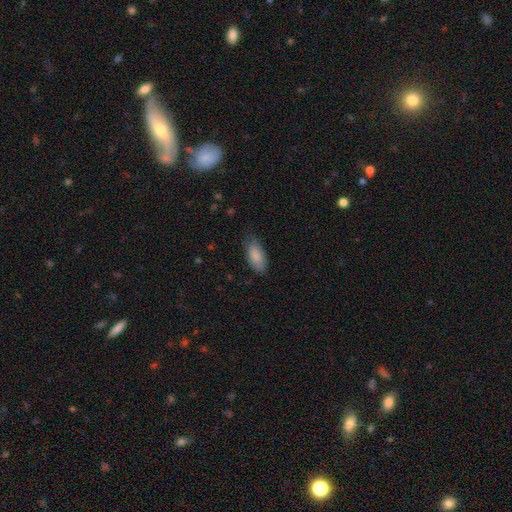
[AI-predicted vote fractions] smooth-or-featured: smooth: 87% | featured or disk: 7% | star or artifact: 6%
  how-rounded: in between: 89% | cigar-shaped: 9% | round: 2%
  merging: none: 69% | minor disturbance: 25% | major disturbance: 5% | merger: 1%